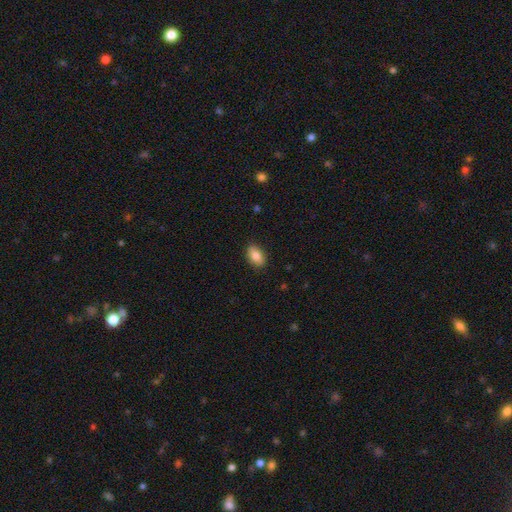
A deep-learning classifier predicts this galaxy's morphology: The model was most divided on "smooth or featured": smooth: 81%, featured or disk: 11%, star or artifact: 7%. More confident: how rounded — in between (88%); merging — none (86%).